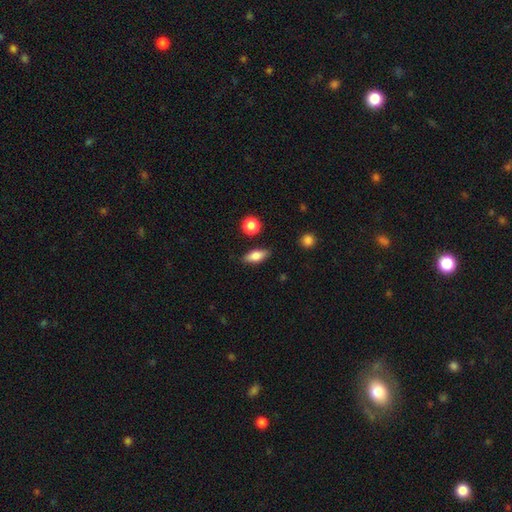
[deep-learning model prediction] Q: Smooth or featured?
A: smooth (76%); runner-up: featured or disk (16%)
Q: How rounded?
A: in between (78%); runner-up: cigar-shaped (15%)
Q: Merging?
A: none (83%); runner-up: minor disturbance (12%)